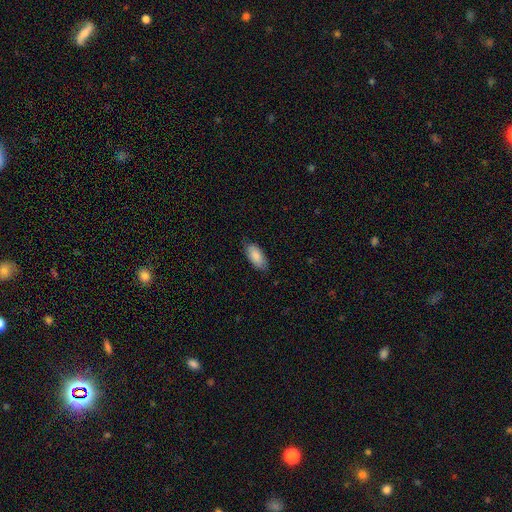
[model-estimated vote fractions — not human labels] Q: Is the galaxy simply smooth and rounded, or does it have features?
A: smooth — 85%.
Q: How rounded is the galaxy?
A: in between — 91%.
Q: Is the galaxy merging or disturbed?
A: none — 78%.